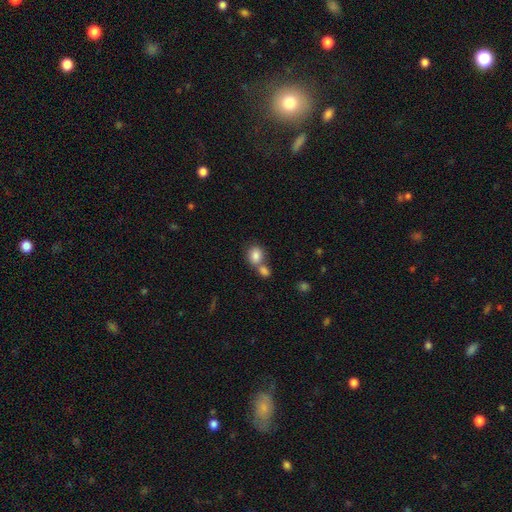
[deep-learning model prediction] smooth 83%, star or artifact 9%, featured or disk 8%. Down the decision tree: how rounded — in between (51%); merging — merger (47%).